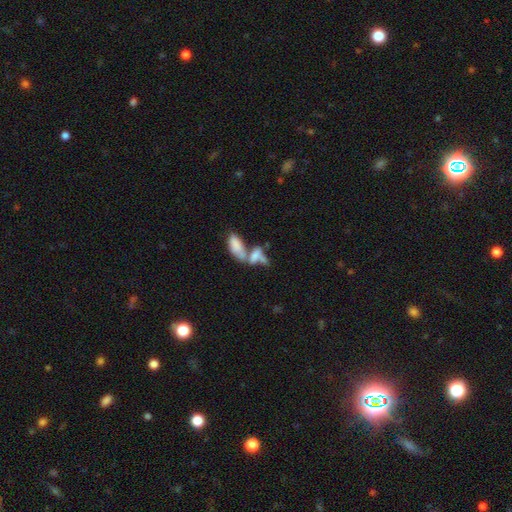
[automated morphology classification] The model was most divided on "smooth or featured": smooth: 62%, featured or disk: 28%, star or artifact: 10%. More confident: how rounded — in between (81%); merging — merger (70%).